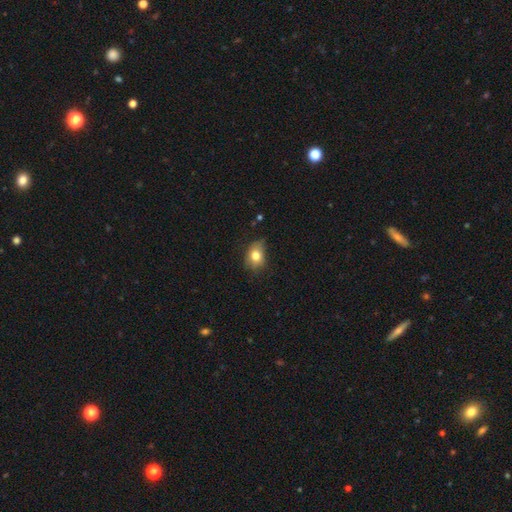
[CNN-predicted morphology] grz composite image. It shows a smooth galaxy with no disk features (78%) that is in between round and cigar-shaped (58%). Merging: none (63%).